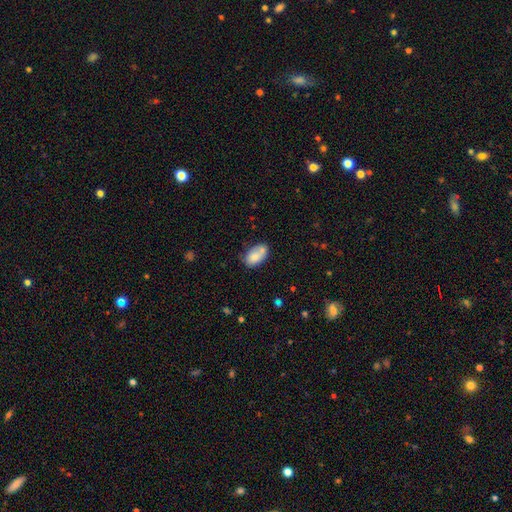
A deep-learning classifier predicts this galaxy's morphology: smooth-or-featured: smooth: 77% | featured or disk: 15% | star or artifact: 8%
  how-rounded: in between: 90% | round: 8% | cigar-shaped: 2%
  merging: none: 45% | merger: 29% | minor disturbance: 19% | major disturbance: 7%